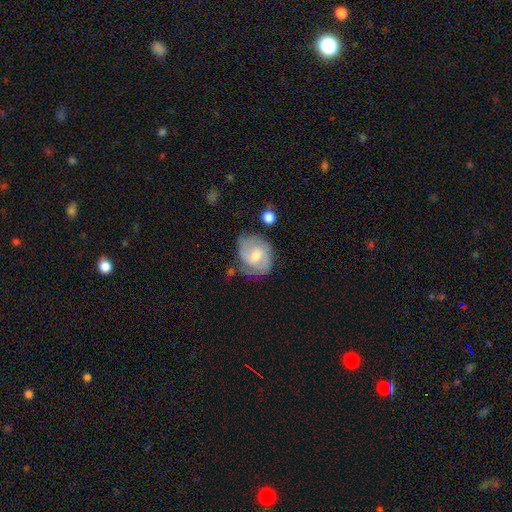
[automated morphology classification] A featured or disk galaxy (64%) with a weak bar (50%), 2 (62%) medium (44%) spiral arms (88%) and a moderate central bulge (56%).

Vote fractions:
- Smooth or featured? featured or disk: 64% / smooth: 30% / star or artifact: 6%
- Edge-on disk? no: 97% / yes: 3%
- Bar? weak: 50% / no: 40% / strong: 9%
- Spiral arms? yes: 88% / no: 12%
- Spiral winding? medium: 44% / tight: 40% / loose: 16%
- Spiral arm count? 2: 62% / can't tell: 21% / 3: 9% / 1: 4% / 4: 2% / more than 4: 2%
- Bulge size? moderate: 56% / small: 31% / large: 7% / none: 4% / dominant: 1%
- Merging? none: 62% / minor disturbance: 24% / major disturbance: 9% / merger: 4%